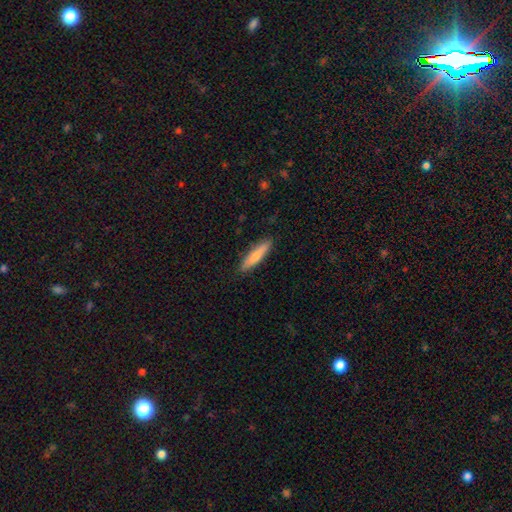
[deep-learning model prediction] Smooth or featured? smooth (74%)
How rounded? cigar-shaped (85%)
Merging? none (88%)